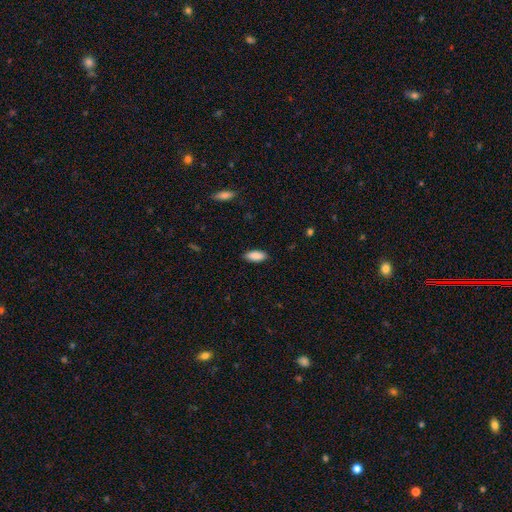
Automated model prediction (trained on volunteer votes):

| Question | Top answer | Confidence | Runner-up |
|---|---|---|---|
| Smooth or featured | smooth | 89% | star or artifact (6%) |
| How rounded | in between | 85% | cigar-shaped (13%) |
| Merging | none | 87% | minor disturbance (9%) |